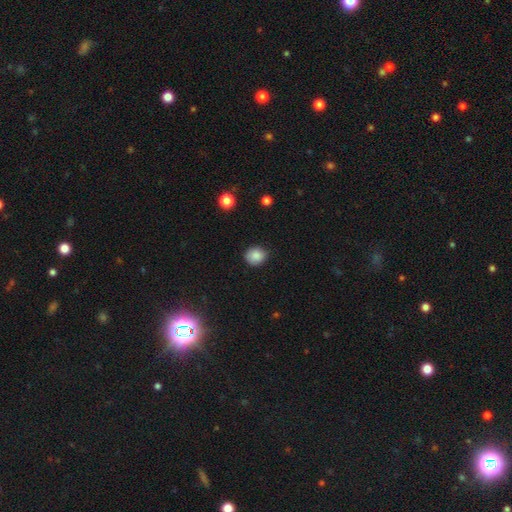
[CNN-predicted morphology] This appears to be a smooth galaxy with no disk features (86%) that is round (78%). Merging: none (82%).